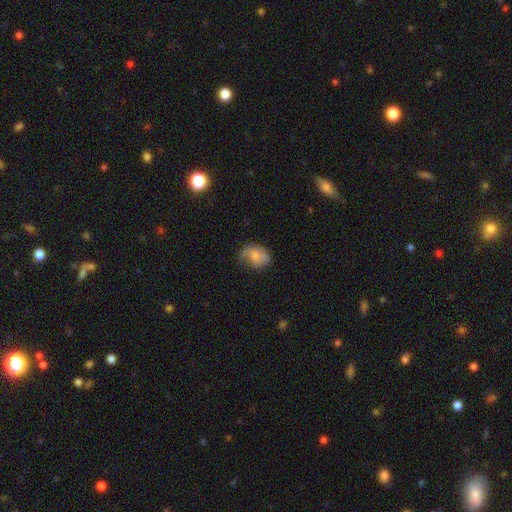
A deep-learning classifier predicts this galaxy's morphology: smooth_or_featured: smooth (p=0.62) [alt: featured or disk p=0.30]
how_rounded: in between (p=0.59) [alt: round p=0.40]
merging: none (p=0.40) [alt: minor disturbance p=0.33]